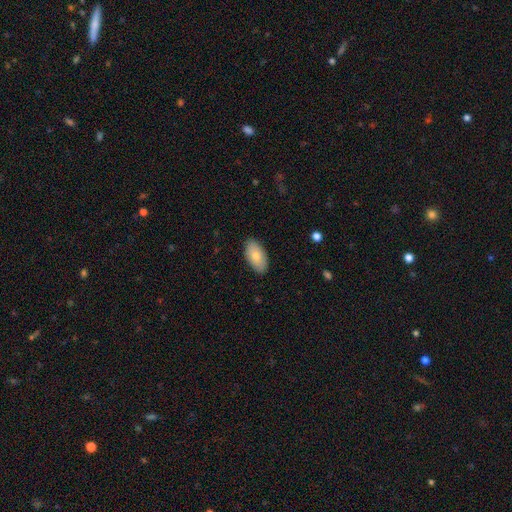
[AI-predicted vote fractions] Overall: smooth (79%). How rounded: in between (95%). Merging: none (88%).